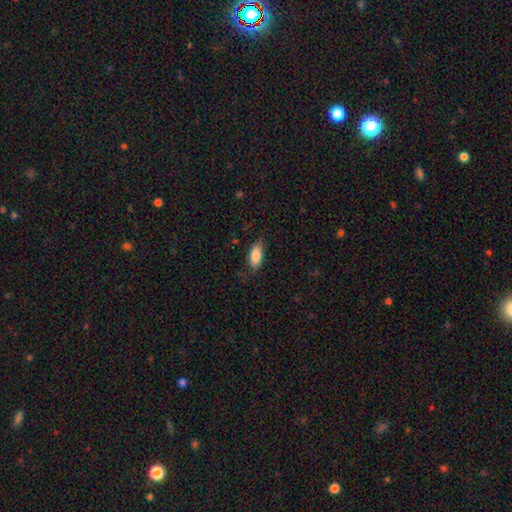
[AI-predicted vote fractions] Q: Smooth or featured?
A: smooth (82%); runner-up: featured or disk (11%)
Q: How rounded?
A: in between (87%); runner-up: cigar-shaped (10%)
Q: Merging?
A: none (76%); runner-up: minor disturbance (19%)